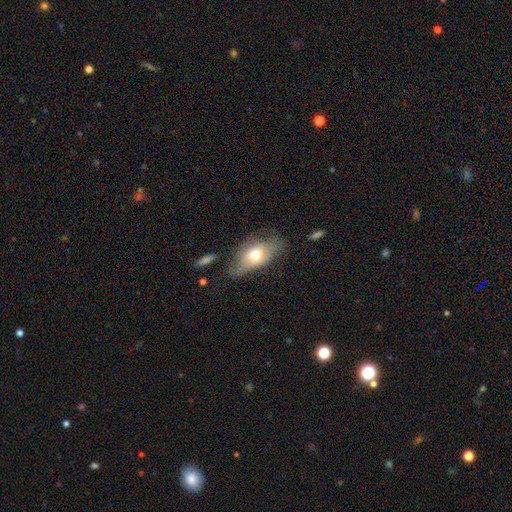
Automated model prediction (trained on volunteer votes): The model was most divided on "merging": none: 50%, minor disturbance: 32%, major disturbance: 15%, merger: 3%. More confident: how rounded — in between (86%); smooth or featured — smooth (60%).